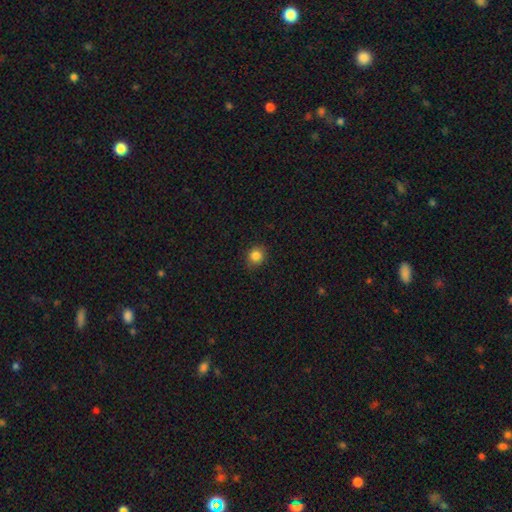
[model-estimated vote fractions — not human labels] Smooth or featured: smooth — 85% (star or artifact — 11%)
How rounded: round — 84% (in between — 15%)
Merging: none — 85% (minor disturbance — 11%)